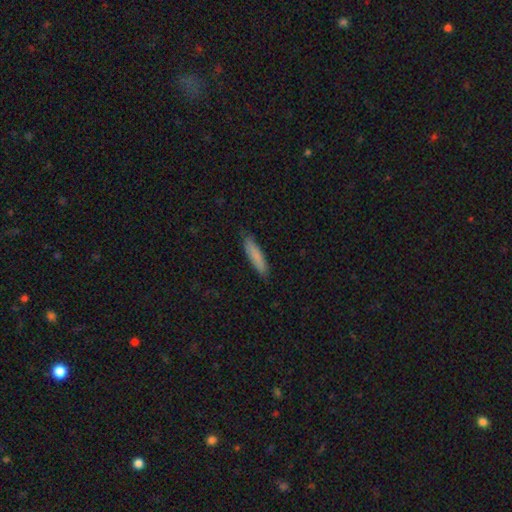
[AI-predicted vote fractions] Smooth or featured? Predicted: smooth (p=0.83). How rounded? Predicted: cigar-shaped (p=0.81). Merging? Predicted: none (p=0.85).